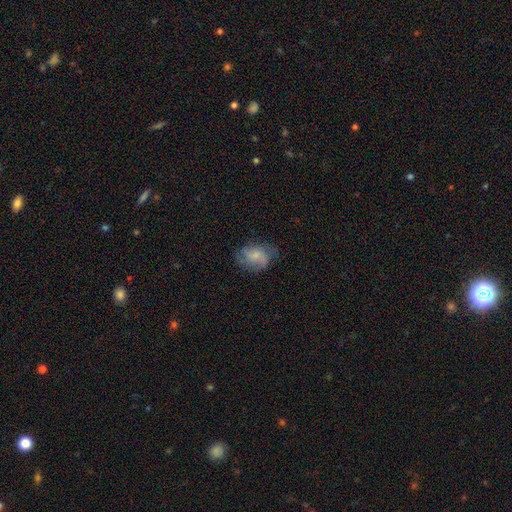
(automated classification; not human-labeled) A smooth galaxy with no disk features (53%) that is in between round and cigar-shaped (69%). Merging: none (61%).